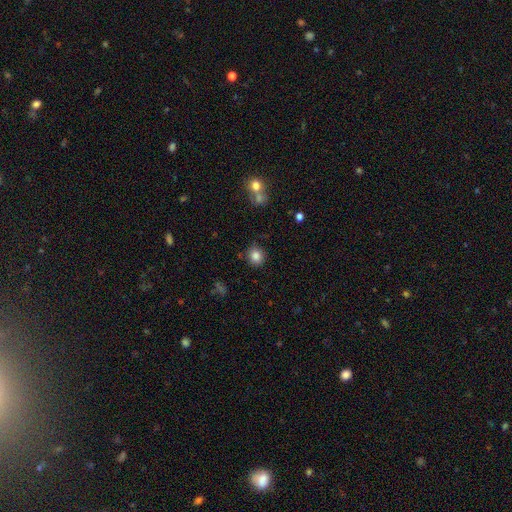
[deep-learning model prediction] This is clearly a smooth galaxy (84%). How rounded: clearly round (85%). Merging: clearly none (85%).